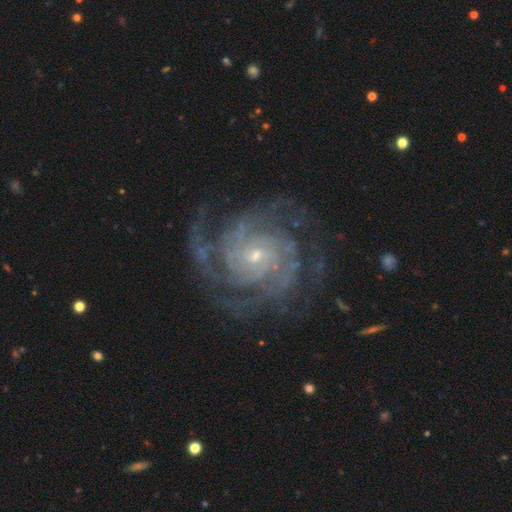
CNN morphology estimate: Smooth or featured? Predicted: featured or disk (p=0.92). Edge-on disk? Predicted: no (p=0.98). Bar? Predicted: no (p=0.71). Spiral arms? Predicted: yes (p=0.98). Spiral winding? Predicted: tight (p=0.72). Spiral arm count? Predicted: 3 (p=0.23). Bulge size? Predicted: small (p=0.78). Merging? Predicted: none (p=0.76).